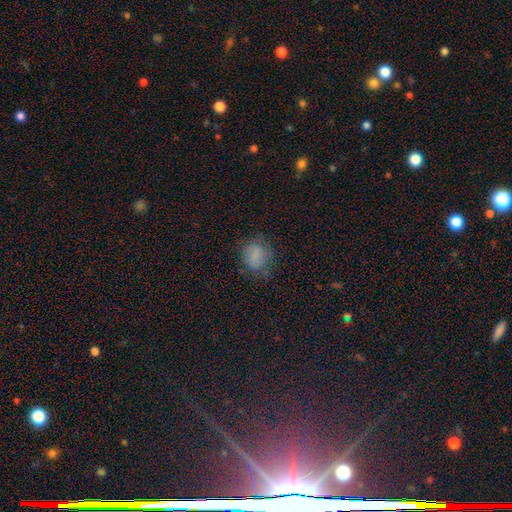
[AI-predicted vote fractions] smooth_or_featured: smooth (p=0.77) [alt: star or artifact p=0.13]
how_rounded: round (p=0.61) [alt: in between p=0.38]
merging: none (p=0.68) [alt: minor disturbance p=0.21]